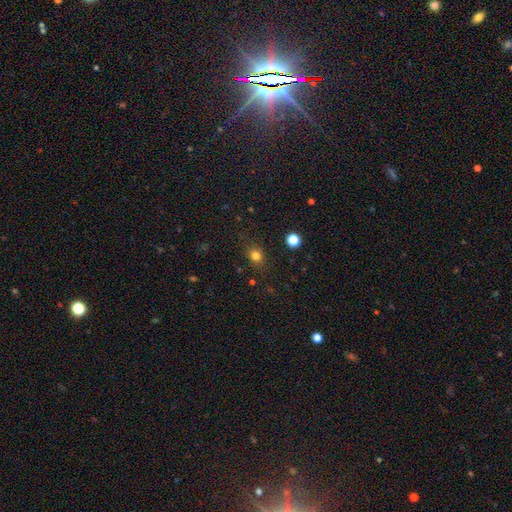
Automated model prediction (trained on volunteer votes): Smooth or featured? smooth (80%)
How rounded? round (64%)
Merging? none (83%)